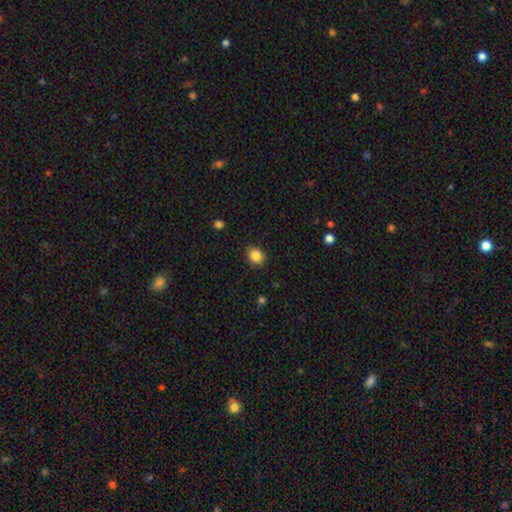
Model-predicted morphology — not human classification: Smooth or featured: smooth — 86% (star or artifact — 10%)
How rounded: round — 58% (in between — 41%)
Merging: none — 87% (minor disturbance — 9%)